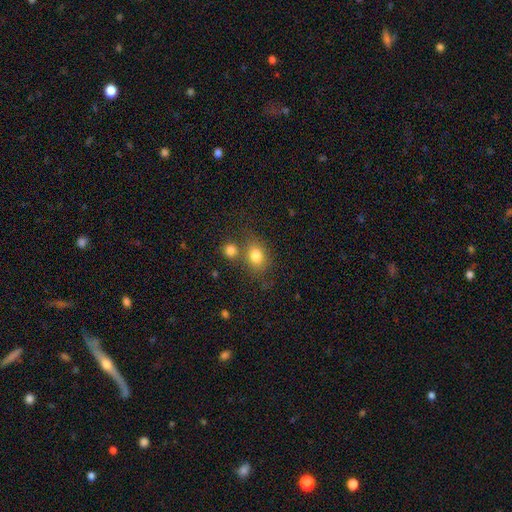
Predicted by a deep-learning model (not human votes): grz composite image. It shows a smooth galaxy with no disk features (80%) that is round (51%). Merging: none (55%).